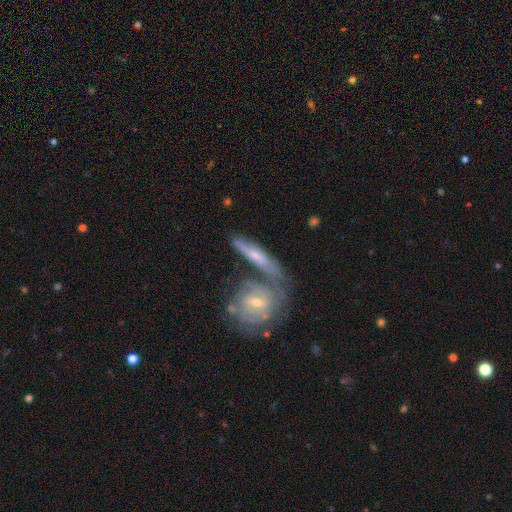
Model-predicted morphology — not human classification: A featured or disk galaxy (65%). Merging: none (45%).